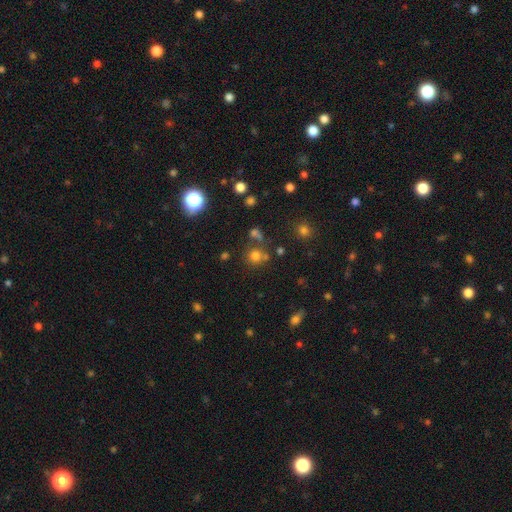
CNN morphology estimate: smooth 72%, star or artifact 20%, featured or disk 8%. Down the decision tree: how rounded — round (88%); merging — none (66%).